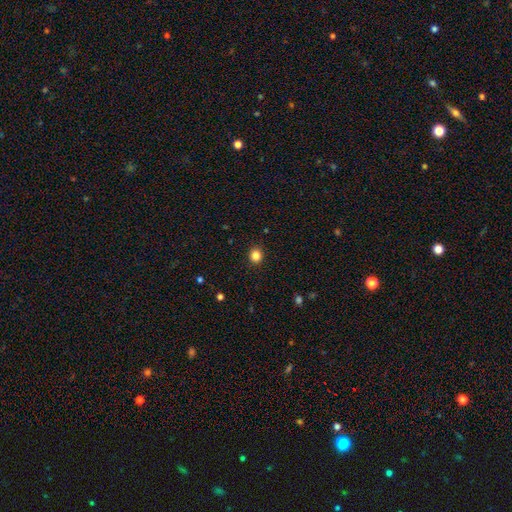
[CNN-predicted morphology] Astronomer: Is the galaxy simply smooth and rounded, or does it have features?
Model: smooth — 85%.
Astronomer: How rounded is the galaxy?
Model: round — 87%.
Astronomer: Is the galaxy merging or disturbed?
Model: none — 92%.